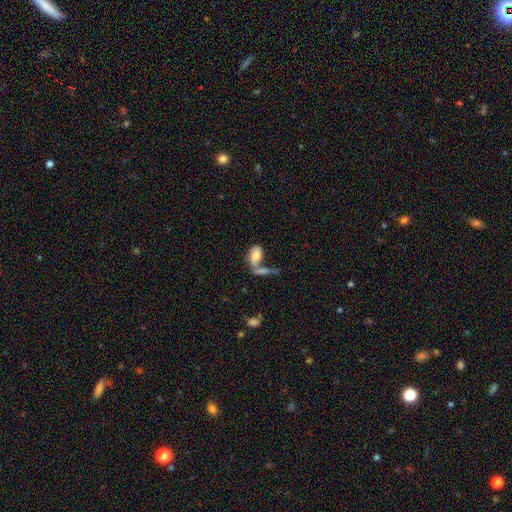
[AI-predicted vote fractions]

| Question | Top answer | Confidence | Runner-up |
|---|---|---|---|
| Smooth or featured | smooth | 59% | featured or disk (33%) |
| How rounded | in between | 87% | cigar-shaped (7%) |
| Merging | merger | 46% | none (26%) |